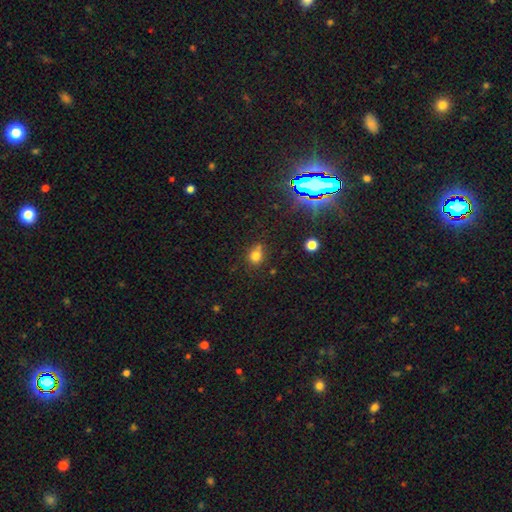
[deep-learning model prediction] Smooth or featured?
  - smooth: 76% *
  - star or artifact: 17%
  - featured or disk: 8%
How rounded?
  - round: 65% *
  - in between: 33%
  - cigar-shaped: 1%
Merging?
  - none: 65% *
  - minor disturbance: 21%
  - merger: 9%
  - major disturbance: 5%